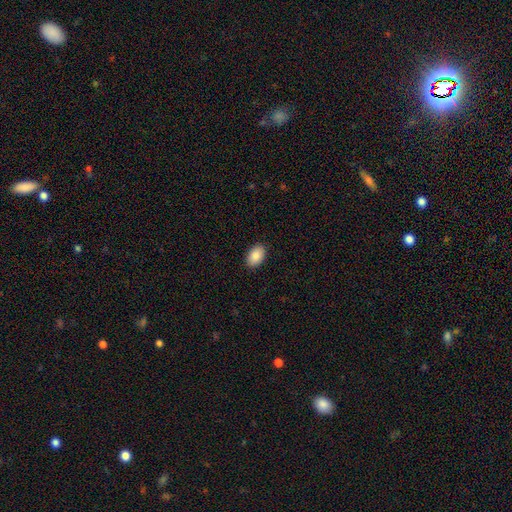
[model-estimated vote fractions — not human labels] Smooth or featured? smooth (89%)
How rounded? in between (91%)
Merging? none (90%)